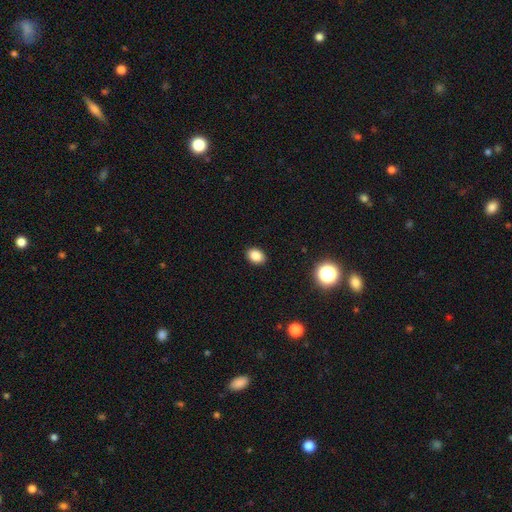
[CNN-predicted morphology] Q: Smooth or featured?
A: smooth (86%); runner-up: star or artifact (10%)
Q: How rounded?
A: in between (68%); runner-up: round (31%)
Q: Merging?
A: none (91%); runner-up: minor disturbance (7%)